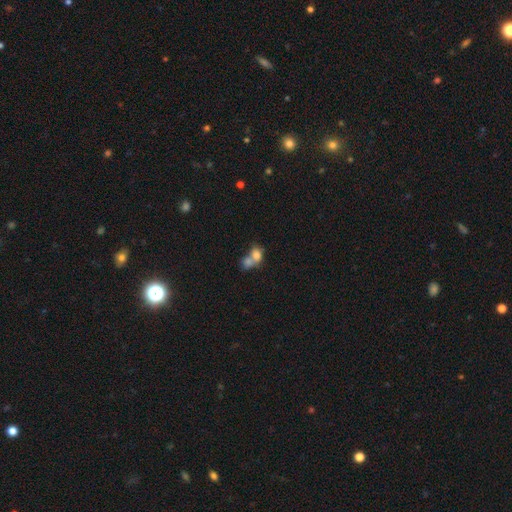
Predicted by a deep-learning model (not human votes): smooth-or-featured: smooth: 74% | featured or disk: 16% | star or artifact: 10%
  how-rounded: in between: 55% | round: 43% | cigar-shaped: 2%
  merging: merger: 71% | none: 18% | minor disturbance: 7% | major disturbance: 5%